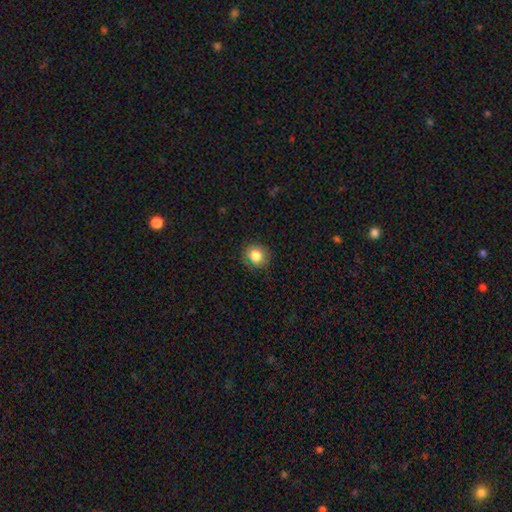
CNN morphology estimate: Smooth or featured?
  - smooth: 84% *
  - star or artifact: 10%
  - featured or disk: 6%
How rounded?
  - round: 85% *
  - in between: 14%
  - cigar-shaped: 1%
Merging?
  - none: 85% *
  - minor disturbance: 11%
  - major disturbance: 3%
  - merger: 1%